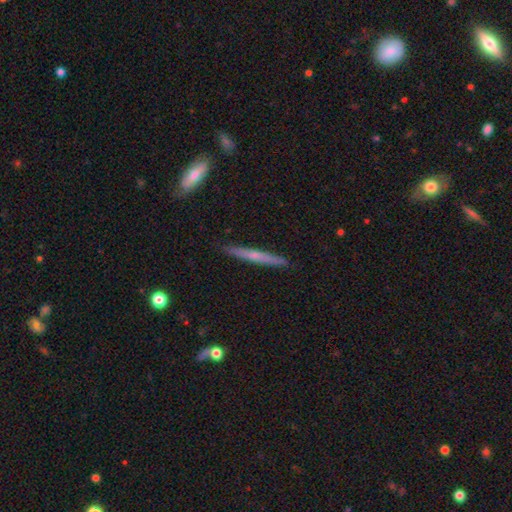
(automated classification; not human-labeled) Smooth or featured?
  - featured or disk: 56% *
  - smooth: 38%
  - star or artifact: 6%
Edge-on disk?
  - yes: 97% *
  - no: 3%
Edge-on bulge?
  - rounded: 51% *
  - none: 45%
  - boxy: 4%
Merging?
  - none: 90% *
  - minor disturbance: 7%
  - major disturbance: 1%
  - merger: 1%